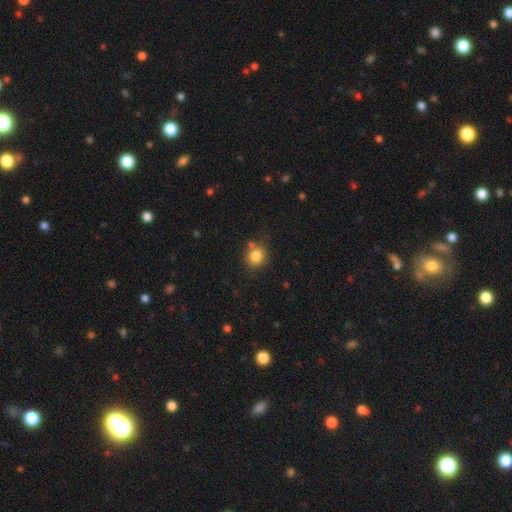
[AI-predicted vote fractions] Smooth or featured? smooth (83%)
How rounded? round (82%)
Merging? none (69%)